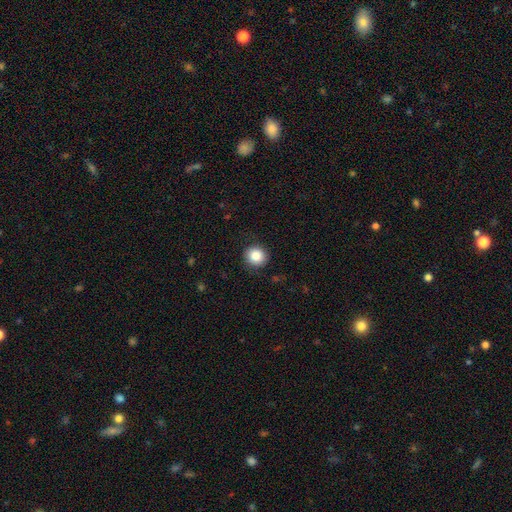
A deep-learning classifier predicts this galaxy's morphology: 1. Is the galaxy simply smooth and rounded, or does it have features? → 86% smooth, 9% star or artifact, 5% featured or disk.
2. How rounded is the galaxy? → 90% round, 9% in between, 1% cigar-shaped.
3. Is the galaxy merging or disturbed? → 87% none, 9% minor disturbance, 3% major disturbance, 1% merger.